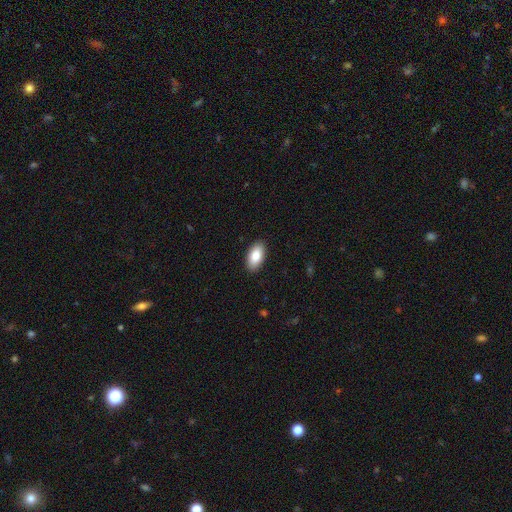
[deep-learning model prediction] A smooth galaxy with no disk features (85%) that is in between round and cigar-shaped (95%). Merging: none (90%).